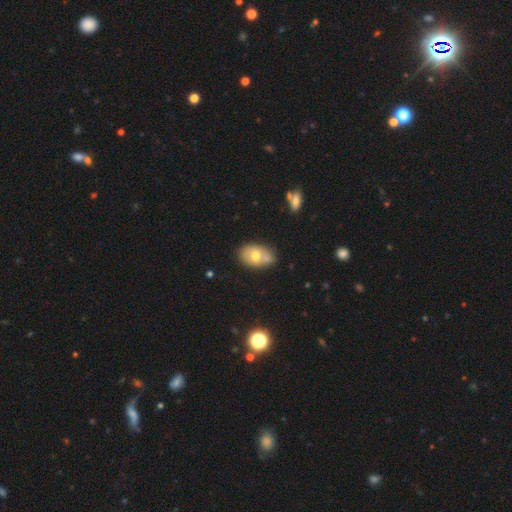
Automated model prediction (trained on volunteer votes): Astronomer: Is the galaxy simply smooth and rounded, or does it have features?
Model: smooth — 63%.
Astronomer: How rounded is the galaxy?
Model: in between — 83%.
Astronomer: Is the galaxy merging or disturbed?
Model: none — 54%.